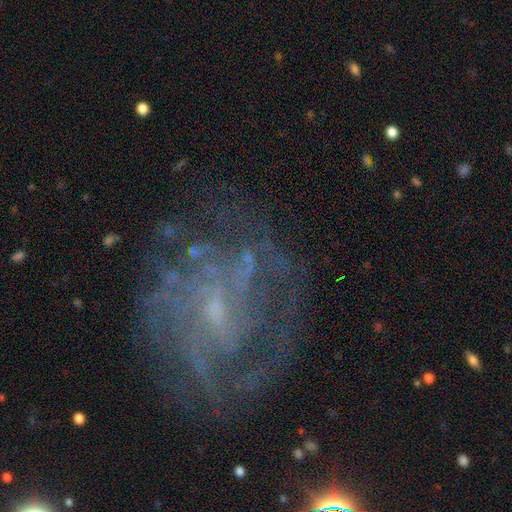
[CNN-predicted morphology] Q: Smooth or featured?
A: featured or disk (78%); runner-up: star or artifact (12%)
Q: Edge-on disk?
A: no (97%); runner-up: yes (3%)
Q: Bar?
A: weak (46%); runner-up: no (44%)
Q: Spiral arms?
A: yes (81%); runner-up: no (19%)
Q: Spiral winding?
A: tight (47%); runner-up: medium (37%)
Q: Spiral arm count?
A: can't tell (48%); runner-up: 3 (14%)
Q: Bulge size?
A: small (63%); runner-up: none (18%)
Q: Merging?
A: none (67%); runner-up: minor disturbance (16%)